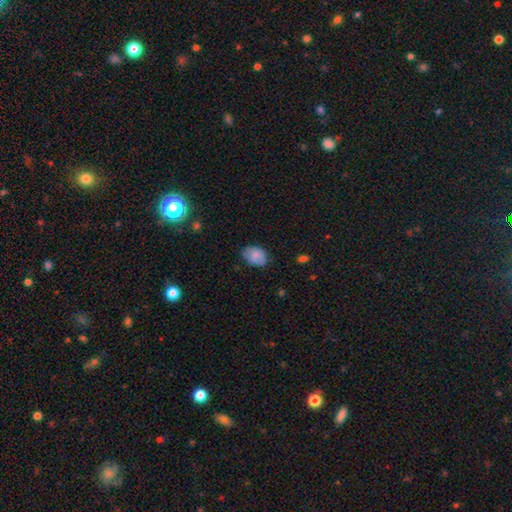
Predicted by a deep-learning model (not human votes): This is clearly a smooth galaxy (81%). How rounded: likely in between (71%). Merging: likely none (65%).